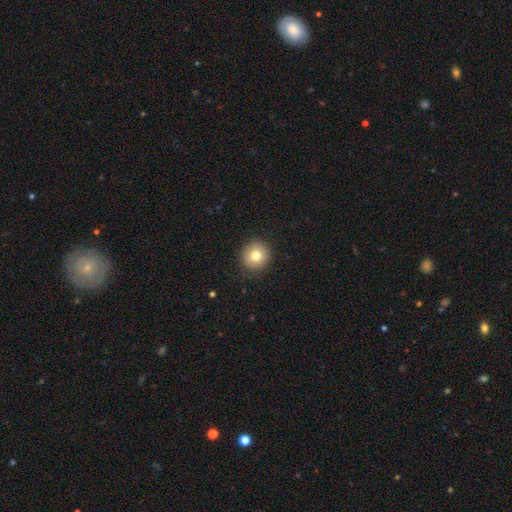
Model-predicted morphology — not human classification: A smooth galaxy with no disk features (78%) that is round (93%).

Vote fractions:
- Smooth or featured? smooth: 78% / featured or disk: 12% / star or artifact: 10%
- How rounded? round: 93% / in between: 6% / cigar-shaped: 1%
- Merging? none: 90% / minor disturbance: 7% / major disturbance: 2% / merger: 1%